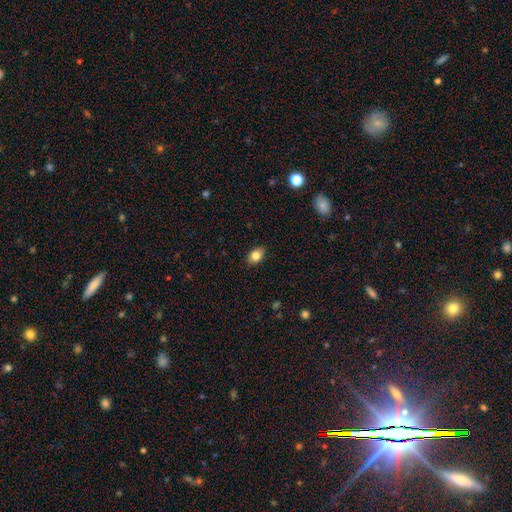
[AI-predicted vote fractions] Smooth or featured? Predicted: smooth (p=0.83). How rounded? Predicted: in between (p=0.78). Merging? Predicted: none (p=0.86).